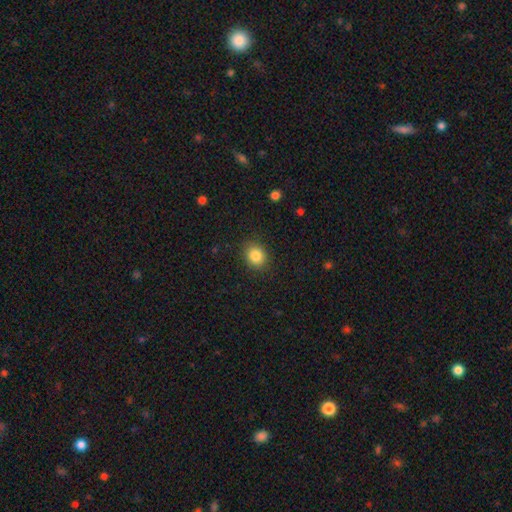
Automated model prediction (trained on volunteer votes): smooth-or-featured: smooth: 84% | star or artifact: 10% | featured or disk: 6%
  how-rounded: round: 63% | in between: 36% | cigar-shaped: 1%
  merging: none: 87% | minor disturbance: 9% | major disturbance: 3% | merger: 1%